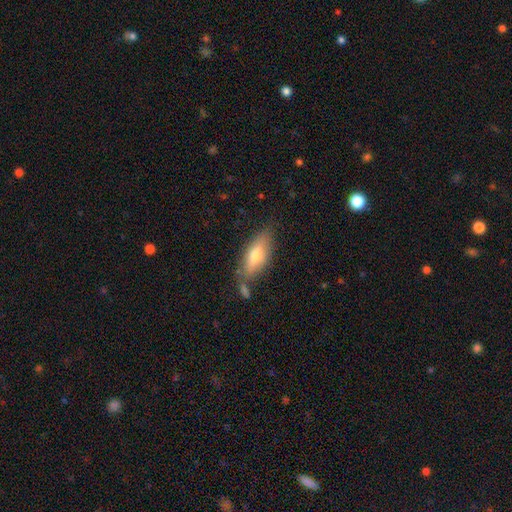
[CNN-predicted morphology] This is likely a smooth galaxy (64%). How rounded: likely in between (70%). Merging: likely none (71%).